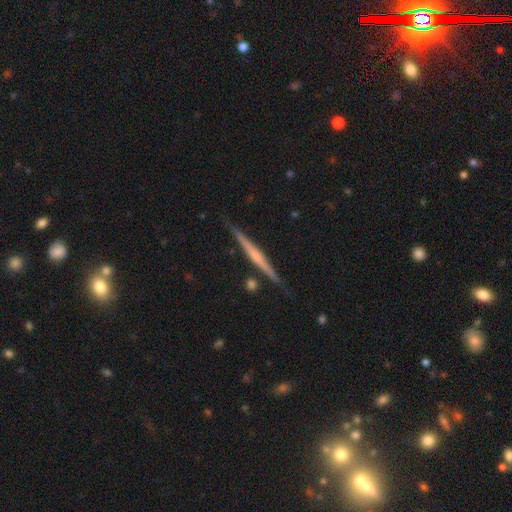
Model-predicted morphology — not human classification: smooth_or_featured: featured or disk (p=0.69) [alt: smooth p=0.26]
disk_edge_on: yes (p=0.98) [alt: no p=0.02]
edge_on_bulge: none (p=0.44) [alt: rounded p=0.42]
merging: none (p=0.87) [alt: minor disturbance p=0.09]